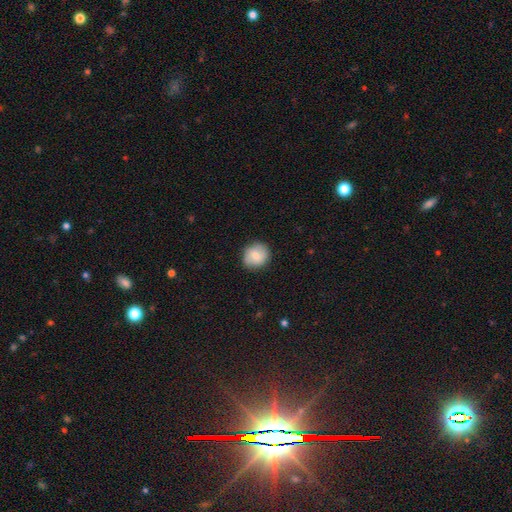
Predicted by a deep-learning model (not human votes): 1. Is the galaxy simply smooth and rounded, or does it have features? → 76% smooth, 17% featured or disk, 7% star or artifact.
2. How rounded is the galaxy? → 84% round, 15% in between, 1% cigar-shaped.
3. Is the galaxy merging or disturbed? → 85% none, 11% minor disturbance, 2% major disturbance, 1% merger.